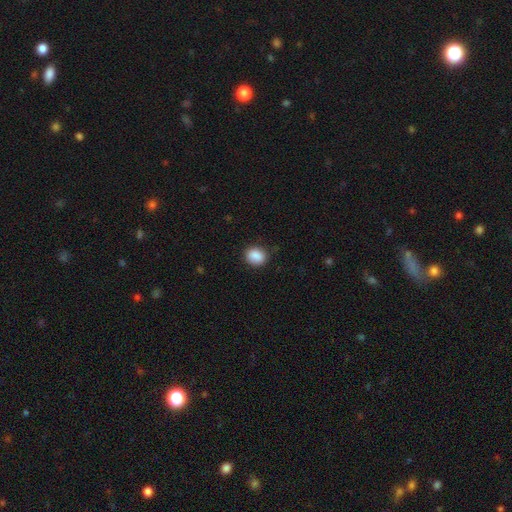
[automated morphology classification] Smooth or featured? Predicted: smooth (p=0.89). How rounded? Predicted: round (p=0.56). Merging? Predicted: none (p=0.84).